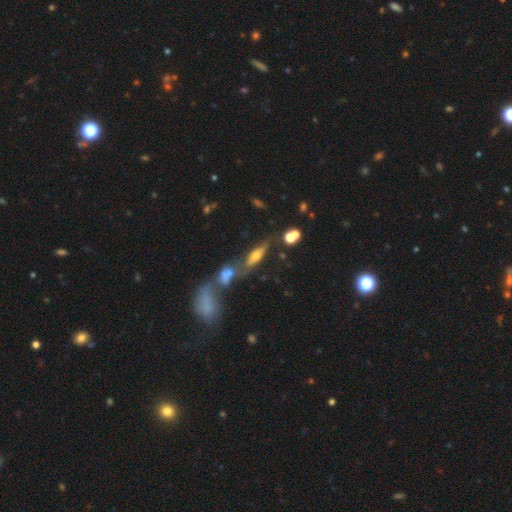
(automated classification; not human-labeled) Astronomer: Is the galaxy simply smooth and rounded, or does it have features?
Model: featured or disk — 47% (runner-up: smooth, 37%).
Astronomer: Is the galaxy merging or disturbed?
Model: none — 43% (runner-up: merger, 37%).